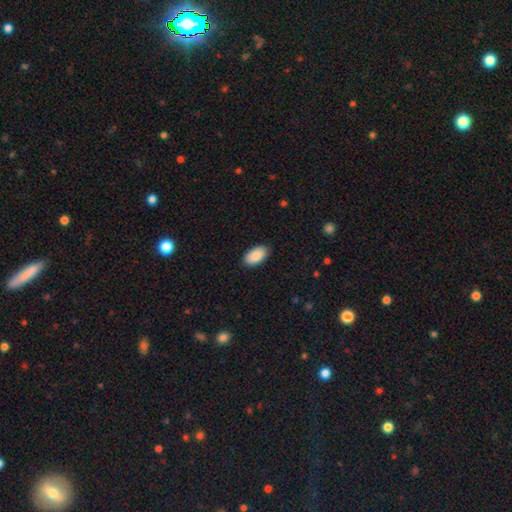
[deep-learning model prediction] Q: Smooth or featured?
A: smooth (89%); runner-up: star or artifact (6%)
Q: How rounded?
A: in between (95%); runner-up: round (3%)
Q: Merging?
A: none (86%); runner-up: minor disturbance (11%)